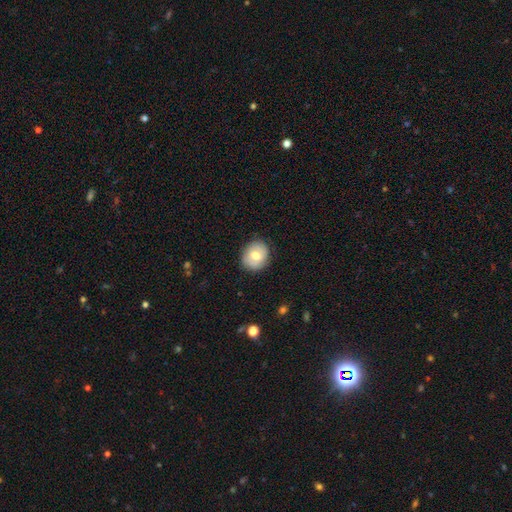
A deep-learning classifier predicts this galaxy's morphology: A smooth galaxy with no disk features (68%) that is round (75%).

Vote fractions:
- Smooth or featured? smooth: 68% / featured or disk: 24% / star or artifact: 8%
- How rounded? round: 75% / in between: 25% / cigar-shaped: 1%
- Merging? none: 85% / minor disturbance: 12% / major disturbance: 3% / merger: 1%